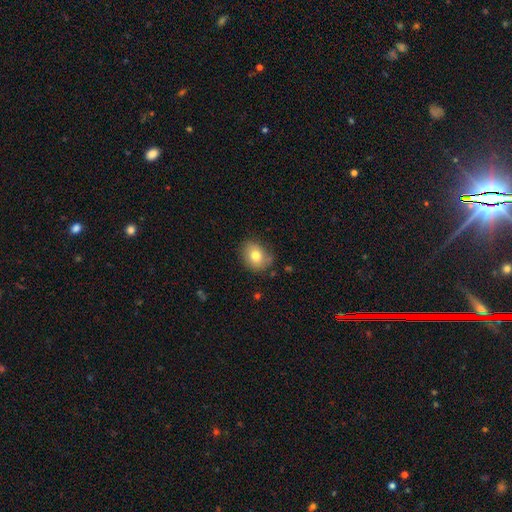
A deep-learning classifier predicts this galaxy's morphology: smooth-or-featured: smooth: 77% | featured or disk: 14% | star or artifact: 9%
  how-rounded: round: 54% | in between: 45% | cigar-shaped: 1%
  merging: none: 75% | minor disturbance: 19% | major disturbance: 4% | merger: 2%